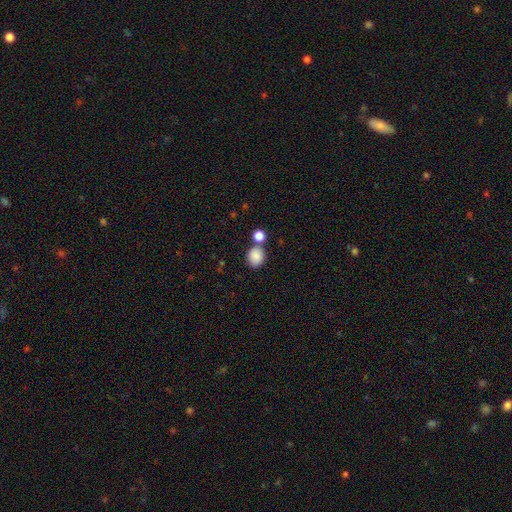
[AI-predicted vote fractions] Smooth or featured?
  - smooth: 86% *
  - star or artifact: 9%
  - featured or disk: 5%
How rounded?
  - round: 66% *
  - in between: 33%
  - cigar-shaped: 1%
Merging?
  - none: 65% *
  - merger: 20%
  - minor disturbance: 12%
  - major disturbance: 4%